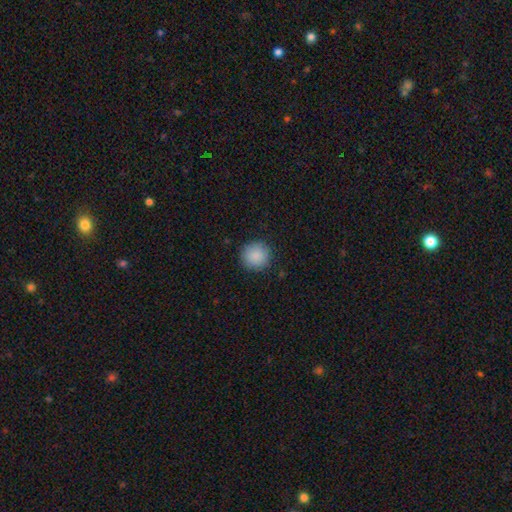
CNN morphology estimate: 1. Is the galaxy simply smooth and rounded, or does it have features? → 88% smooth, 8% star or artifact, 4% featured or disk.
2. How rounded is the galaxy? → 94% round, 5% in between, 1% cigar-shaped.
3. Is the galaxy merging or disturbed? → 89% none, 8% minor disturbance, 2% major disturbance, 1% merger.